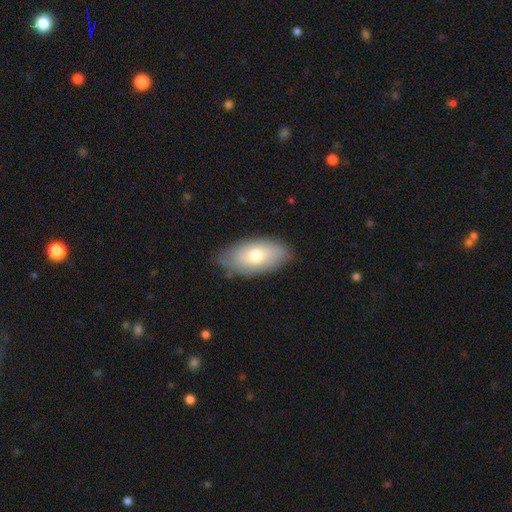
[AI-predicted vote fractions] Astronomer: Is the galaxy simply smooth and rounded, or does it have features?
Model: smooth — 68%.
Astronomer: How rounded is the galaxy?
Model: in between — 93%.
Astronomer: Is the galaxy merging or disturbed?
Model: none — 74%.